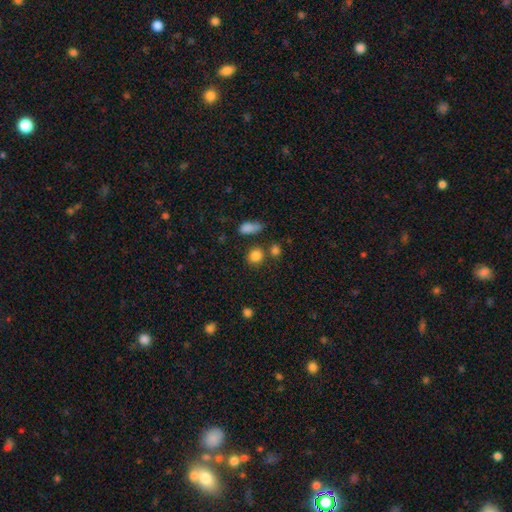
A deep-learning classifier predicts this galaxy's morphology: The model was most divided on "how rounded": round: 79%, in between: 20%, cigar-shaped: 2%. More confident: smooth or featured — smooth (83%); merging — none (72%).